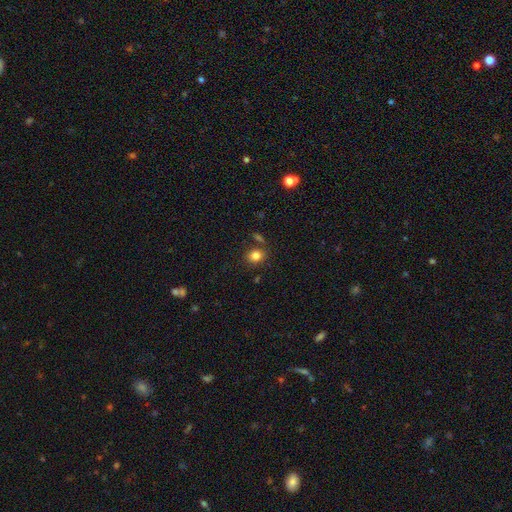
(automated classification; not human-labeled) Overall: smooth (82%). How rounded: round (63%; in between 36%). Merging: none (79%).